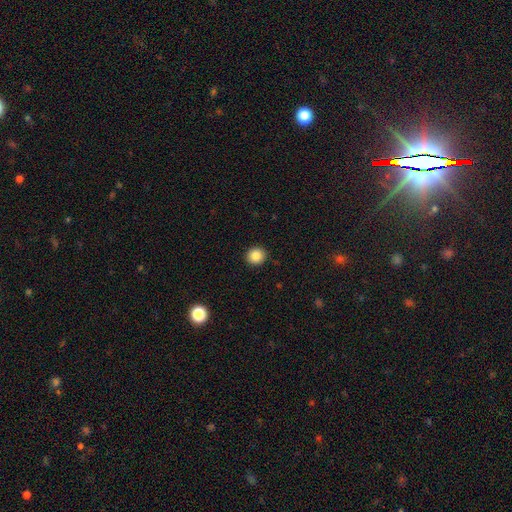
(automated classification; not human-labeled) smooth_or_featured: smooth (p=0.85) [alt: star or artifact p=0.10]
how_rounded: round (p=0.92) [alt: in between p=0.08]
merging: none (p=0.93) [alt: minor disturbance p=0.05]